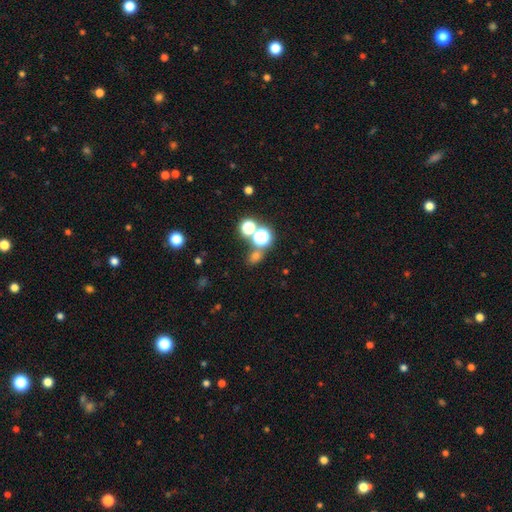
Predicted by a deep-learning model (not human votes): A smooth galaxy with no disk features (55%) that is round (64%).

Vote fractions:
- Smooth or featured? smooth: 55% / star or artifact: 37% / featured or disk: 8%
- How rounded? round: 64% / in between: 34% / cigar-shaped: 2%
- Merging? none: 66% / merger: 19% / minor disturbance: 10% / major disturbance: 5%